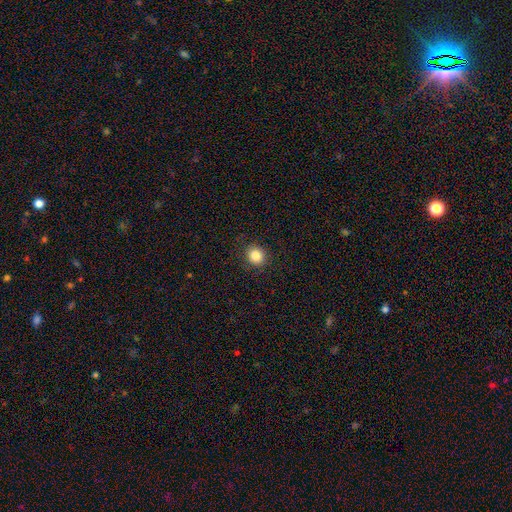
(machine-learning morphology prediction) Smooth or featured? Predicted: smooth (p=0.84). How rounded? Predicted: round (p=0.84). Merging? Predicted: none (p=0.90).